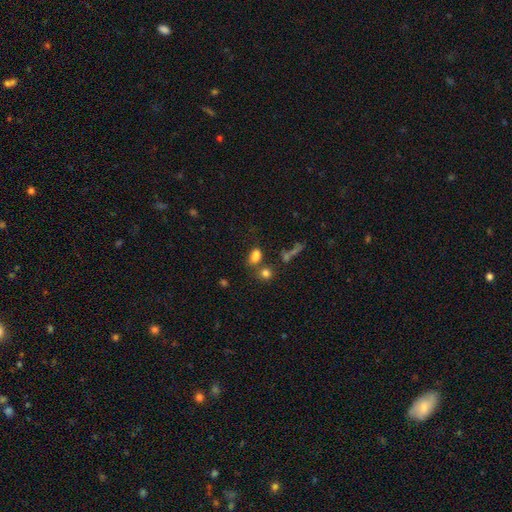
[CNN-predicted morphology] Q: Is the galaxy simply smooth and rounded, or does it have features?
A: smooth — 80%.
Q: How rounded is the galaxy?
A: in between — 79%.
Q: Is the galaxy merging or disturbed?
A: none — 57%.